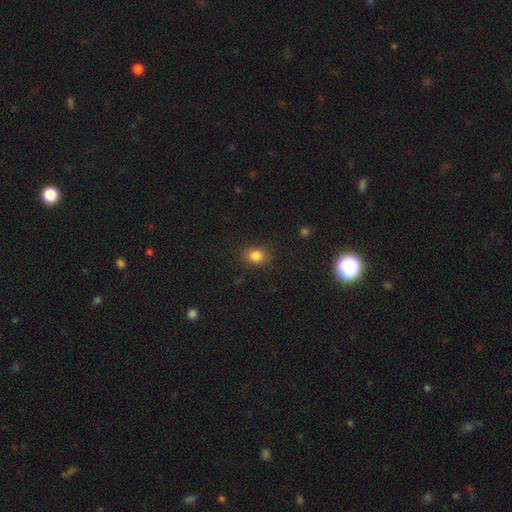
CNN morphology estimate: A smooth galaxy with no disk features (84%) that is round (58%). Merging: none (86%).